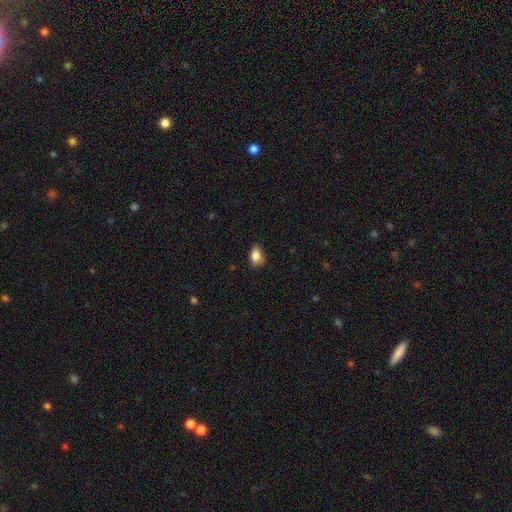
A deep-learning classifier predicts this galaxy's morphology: Smooth or featured: smooth — 83% (star or artifact — 9%)
How rounded: in between — 75% (round — 23%)
Merging: none — 69% (minor disturbance — 25%)